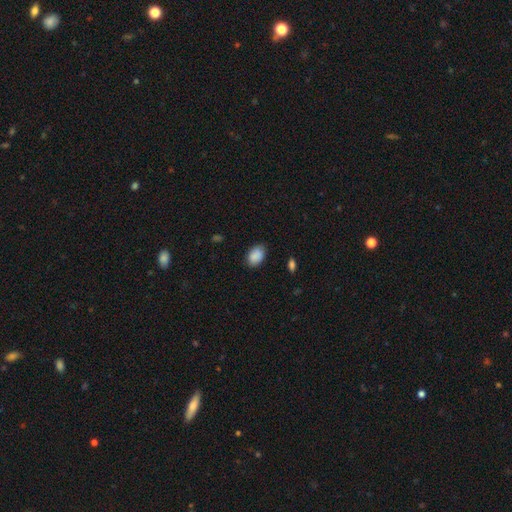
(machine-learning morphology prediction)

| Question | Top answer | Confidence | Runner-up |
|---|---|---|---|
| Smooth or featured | smooth | 90% | star or artifact (7%) |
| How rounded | in between | 84% | round (14%) |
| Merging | none | 84% | minor disturbance (13%) |